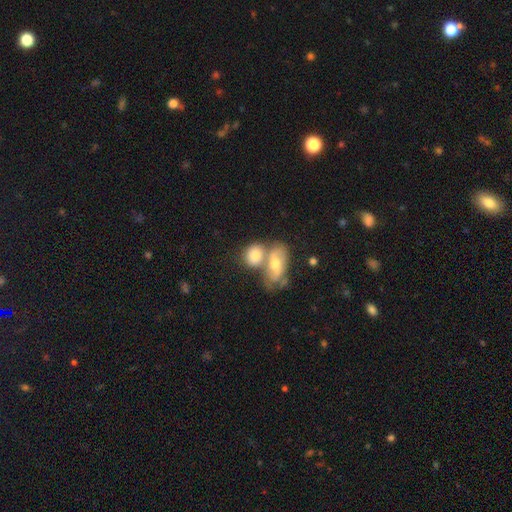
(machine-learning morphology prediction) This is possibly a smooth galaxy (58%). How rounded: likely in between (69%). Merging: possibly merger (56%).